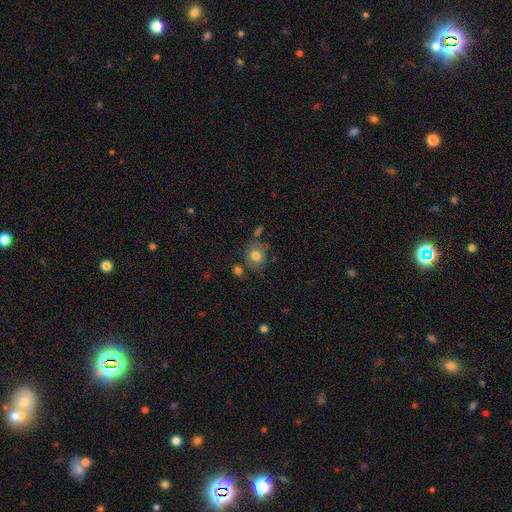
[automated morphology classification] smooth 75%, featured or disk 15%, star or artifact 10%. Down the decision tree: how rounded — round (70%); merging — none (64%).